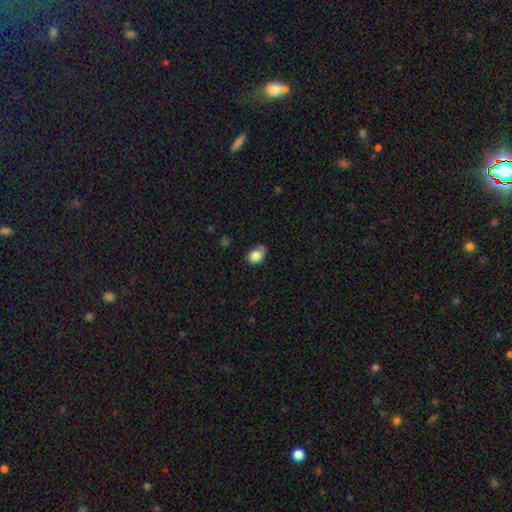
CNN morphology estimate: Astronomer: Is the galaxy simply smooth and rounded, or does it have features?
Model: smooth — 84%.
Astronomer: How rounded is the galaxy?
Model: in between — 55% (runner-up: round, 44%).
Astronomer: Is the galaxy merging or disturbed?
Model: none — 56% (runner-up: minor disturbance, 33%).